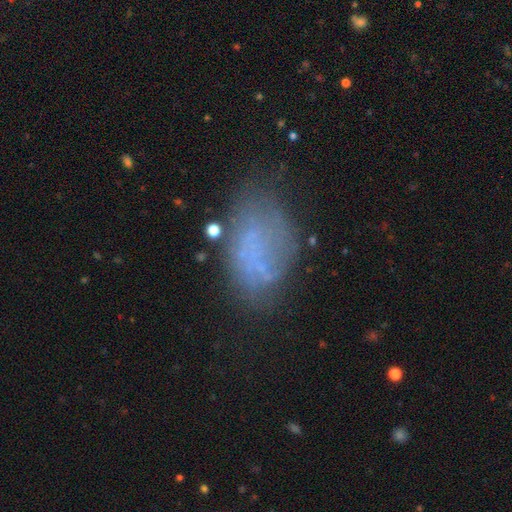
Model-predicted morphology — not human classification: Q: Smooth or featured?
A: smooth (56%); runner-up: featured or disk (28%)
Q: How rounded?
A: in between (90%); runner-up: round (8%)
Q: Merging?
A: none (57%); runner-up: minor disturbance (25%)